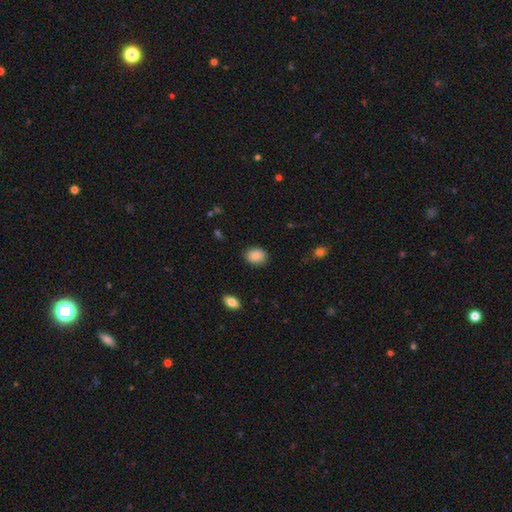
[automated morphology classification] type=smooth (88%); roundness=in between (55%); merging=none (88%).